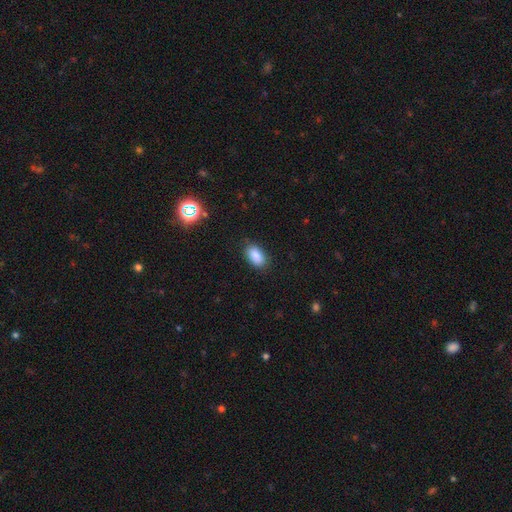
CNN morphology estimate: This is clearly a smooth galaxy (87%). How rounded: clearly in between (92%). Merging: clearly none (85%).